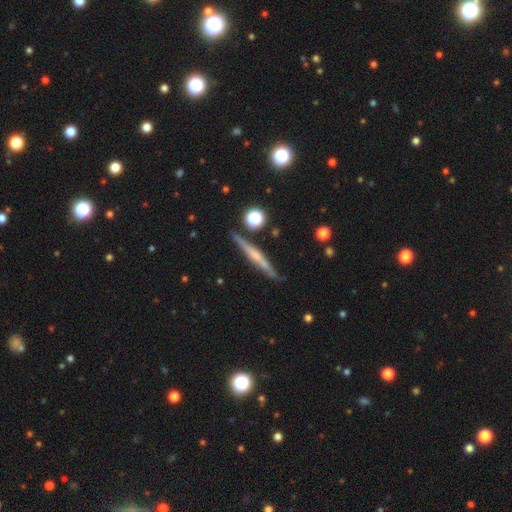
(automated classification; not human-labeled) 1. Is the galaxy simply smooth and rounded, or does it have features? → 64% featured or disk, 29% smooth, 8% star or artifact.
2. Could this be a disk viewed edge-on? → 96% yes, 4% no.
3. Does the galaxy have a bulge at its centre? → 43% rounded, 40% none, 16% boxy.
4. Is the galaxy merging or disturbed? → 85% none, 10% minor disturbance, 3% merger, 2% major disturbance.